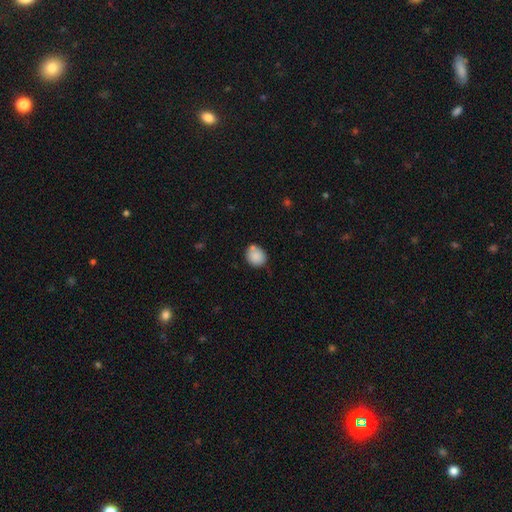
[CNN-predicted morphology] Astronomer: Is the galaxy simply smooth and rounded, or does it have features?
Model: smooth — 86%.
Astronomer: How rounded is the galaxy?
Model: round — 74%.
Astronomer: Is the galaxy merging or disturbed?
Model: none — 66%.